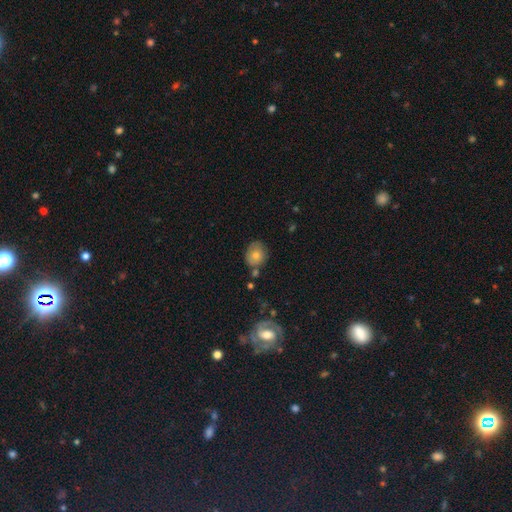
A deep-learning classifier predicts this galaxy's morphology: A smooth galaxy with no disk features (72%) that is round (68%). Merging: none (68%).